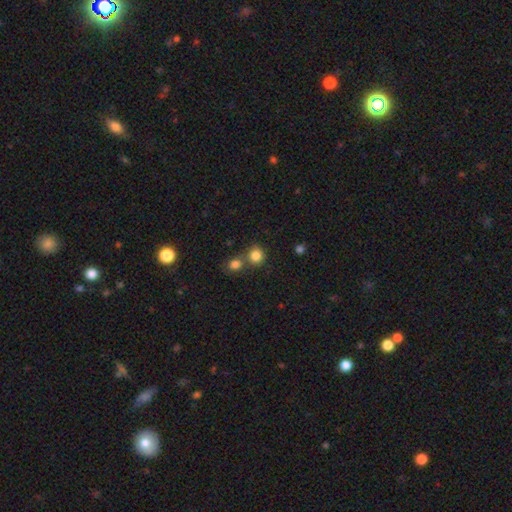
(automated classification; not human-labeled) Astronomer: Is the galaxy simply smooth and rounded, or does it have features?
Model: smooth — 83%.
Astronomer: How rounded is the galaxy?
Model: round — 86%.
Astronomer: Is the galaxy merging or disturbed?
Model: none — 60%.